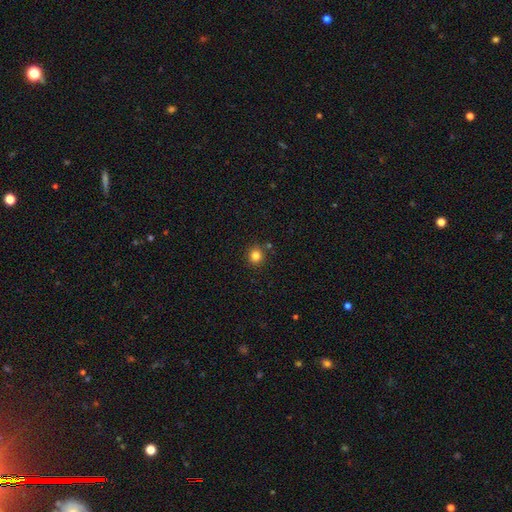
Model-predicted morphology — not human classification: This is clearly a smooth galaxy (83%). How rounded: clearly round (91%). Merging: clearly none (85%).